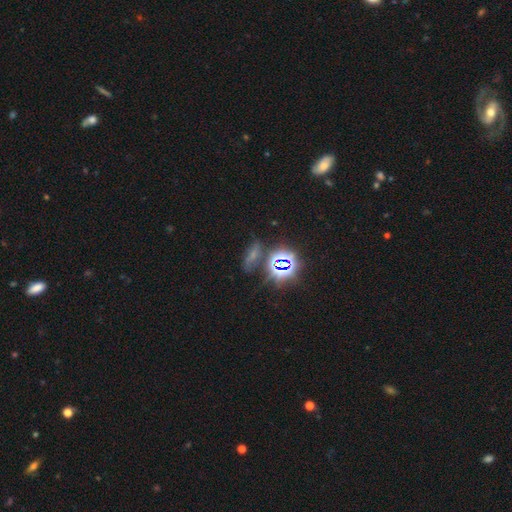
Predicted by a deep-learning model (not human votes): This appears to be a star or artifact, not a galaxy (59%).